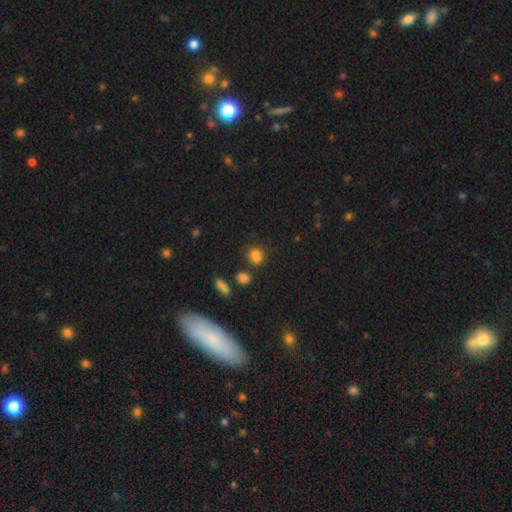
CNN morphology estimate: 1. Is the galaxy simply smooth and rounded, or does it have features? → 79% smooth, 15% star or artifact, 6% featured or disk.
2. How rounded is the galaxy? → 51% round, 47% in between, 2% cigar-shaped.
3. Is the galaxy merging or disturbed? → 67% none, 17% minor disturbance, 10% merger, 6% major disturbance.